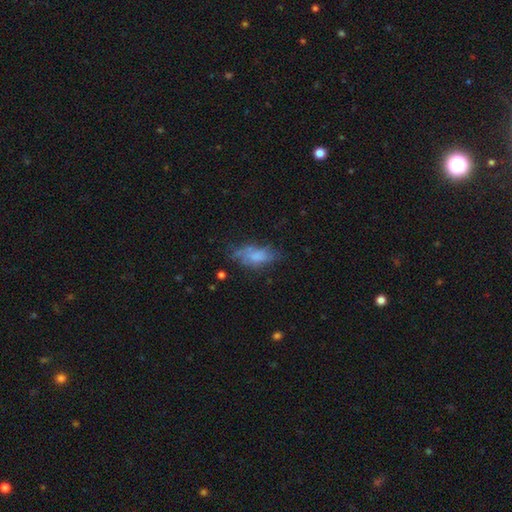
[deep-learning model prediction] A smooth galaxy with no disk features (62%) that is in between round and cigar-shaped (82%). Merging: none (52%).